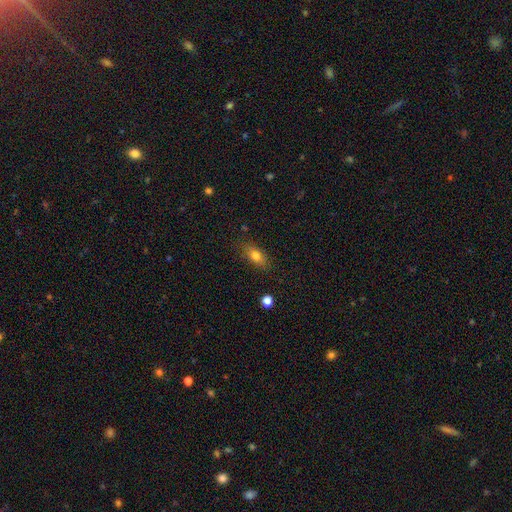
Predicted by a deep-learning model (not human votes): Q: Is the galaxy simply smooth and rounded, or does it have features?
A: smooth — 78%.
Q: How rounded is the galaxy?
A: in between — 79%.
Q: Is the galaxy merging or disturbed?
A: none — 81%.